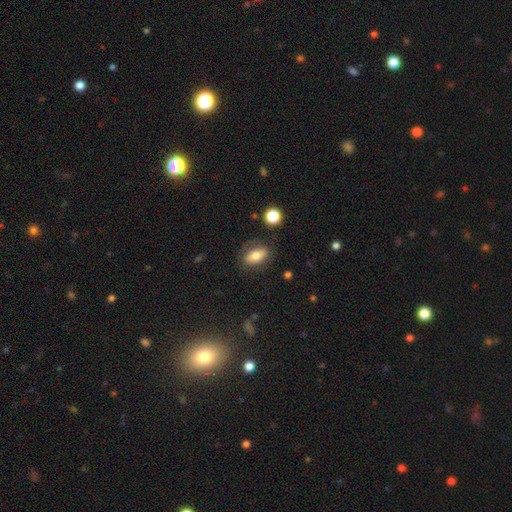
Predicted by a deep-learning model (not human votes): Smooth or featured: smooth — 73% (featured or disk — 18%)
How rounded: in between — 86% (cigar-shaped — 7%)
Merging: none — 76% (minor disturbance — 15%)